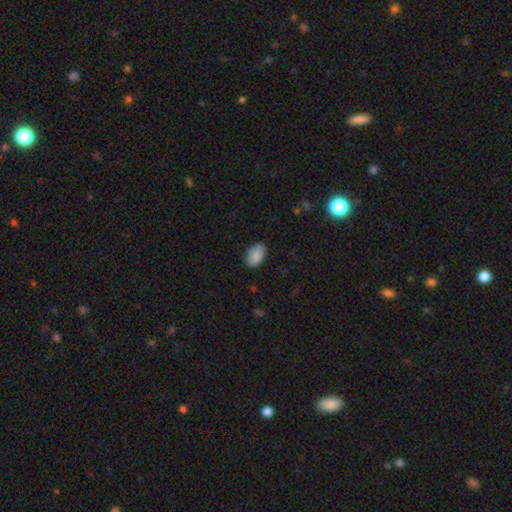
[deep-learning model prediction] This is clearly a smooth galaxy (88%). How rounded: clearly in between (91%). Merging: clearly none (83%).